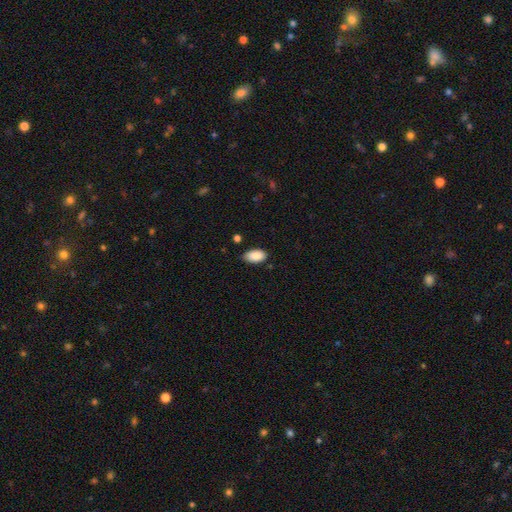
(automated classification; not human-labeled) A smooth galaxy with no disk features (89%) that is in between round and cigar-shaped (95%). Merging: none (79%).